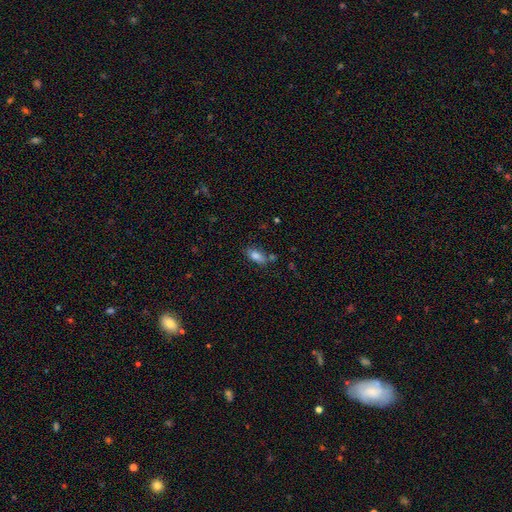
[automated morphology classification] Q: Smooth or featured?
A: smooth (80%); runner-up: featured or disk (11%)
Q: How rounded?
A: in between (83%); runner-up: cigar-shaped (13%)
Q: Merging?
A: none (68%); runner-up: minor disturbance (18%)